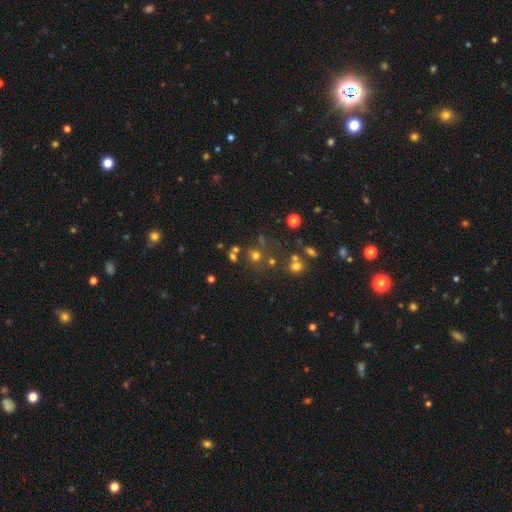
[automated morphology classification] Smooth or featured?
  - smooth: 61% *
  - star or artifact: 28%
  - featured or disk: 12%
How rounded?
  - round: 86% *
  - in between: 13%
  - cigar-shaped: 1%
Merging?
  - none: 65% *
  - merger: 20%
  - minor disturbance: 10%
  - major disturbance: 6%